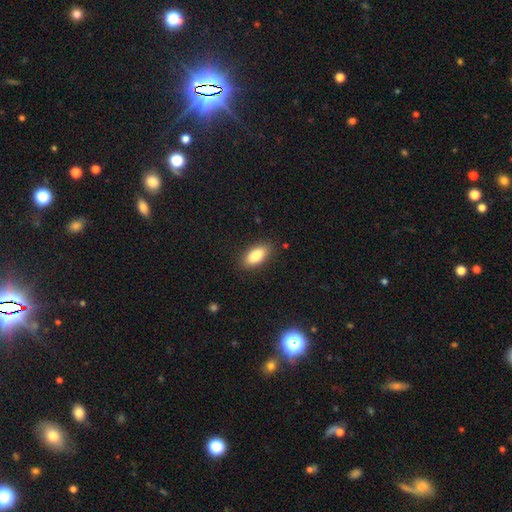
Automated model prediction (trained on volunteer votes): Morphology: type=smooth (83%); roundness=in between (86%); merging=none (86%).